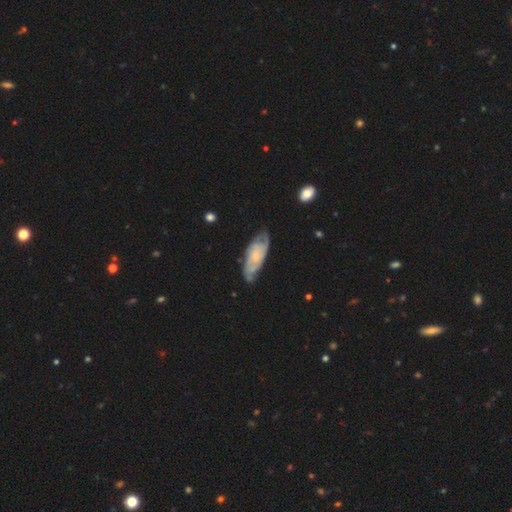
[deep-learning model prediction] Smooth or featured: featured or disk — 71% (smooth — 24%)
Edge-on disk: no — 89% (yes — 11%)
Bar: no — 70% (weak — 26%)
Spiral arms: yes — 90% (no — 10%)
Spiral winding: tight — 50% (medium — 37%)
Spiral arm count: 2 — 44% (can't tell — 35%)
Bulge size: small — 67% (moderate — 22%)
Merging: none — 66% (minor disturbance — 24%)